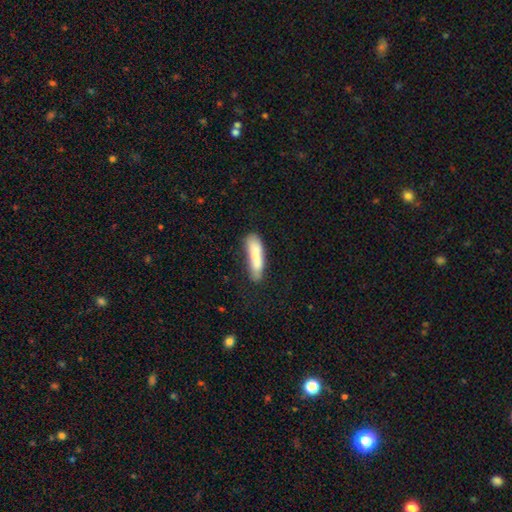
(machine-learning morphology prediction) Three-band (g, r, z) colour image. It shows a smooth galaxy with no disk features (78%) that is cigar-shaped (74%). Merging: none (59%).